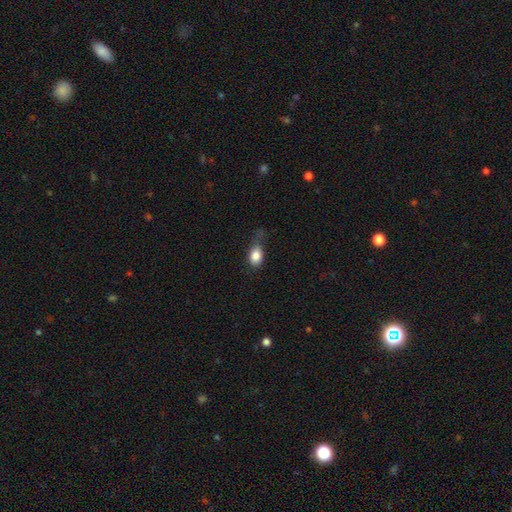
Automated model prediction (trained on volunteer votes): Smooth or featured: smooth — 83% (star or artifact — 9%)
How rounded: in between — 75% (round — 23%)
Merging: none — 40% (minor disturbance — 37%)